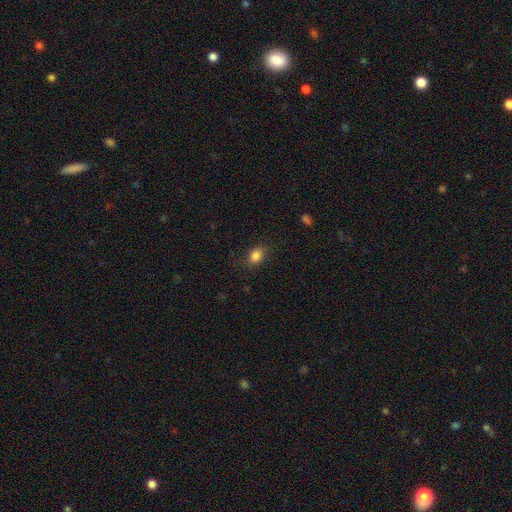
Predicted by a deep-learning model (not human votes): The model was most divided on "how rounded": in between: 65%, round: 34%, cigar-shaped: 2%. More confident: smooth or featured — smooth (83%); merging — none (82%).